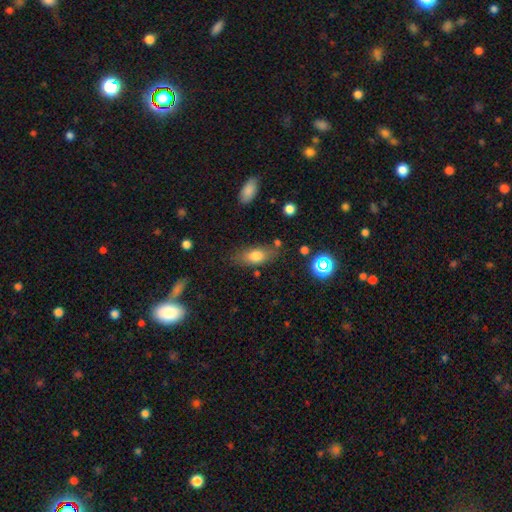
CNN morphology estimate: A smooth galaxy with no disk features (76%) that is in between round and cigar-shaped (81%). Merging: none (71%).